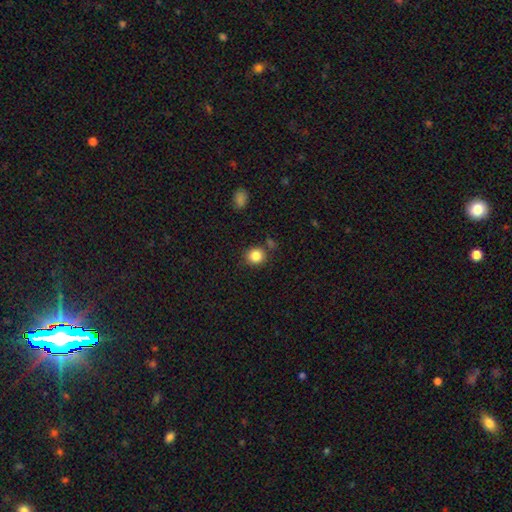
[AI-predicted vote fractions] Morphology: type=smooth (85%); roundness=round (86%); merging=none (81%).